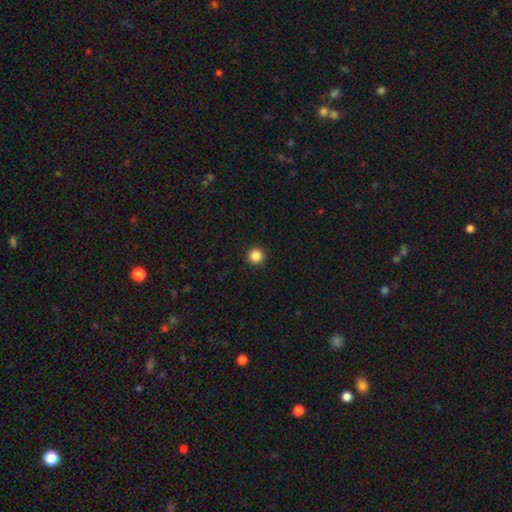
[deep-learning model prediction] This is clearly a smooth galaxy (87%). How rounded: clearly round (96%). Merging: clearly none (93%).